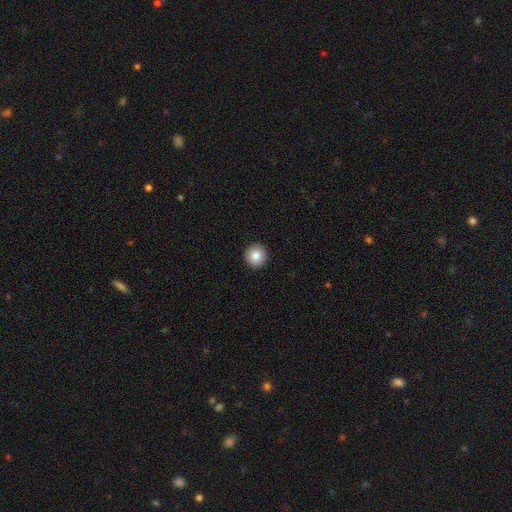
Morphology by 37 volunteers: smooth 81%, featured or disk 16%, star or artifact 3%. Down the decision tree: how rounded — round (100%); merging — none (97%).